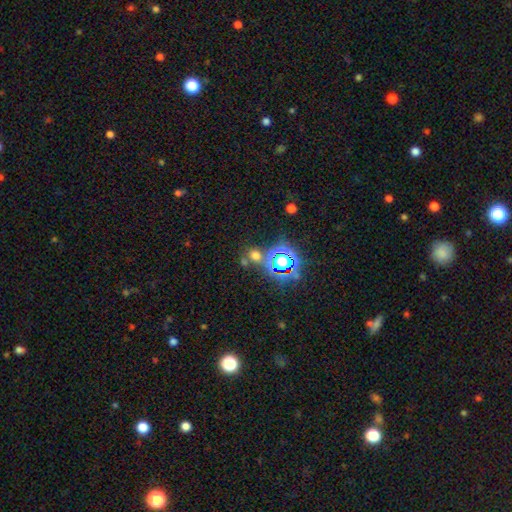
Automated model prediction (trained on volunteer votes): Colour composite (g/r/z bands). It shows a smooth galaxy with no disk features (53%) that is round (81%). Merging: none (69%).